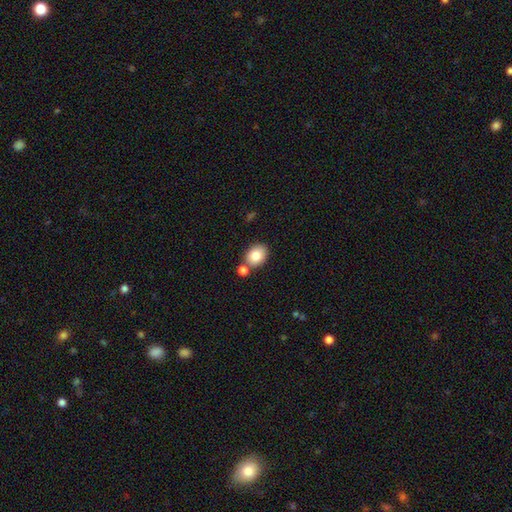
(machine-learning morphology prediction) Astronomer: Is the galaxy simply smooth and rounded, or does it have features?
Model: smooth — 82%.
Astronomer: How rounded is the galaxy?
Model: in between — 65%.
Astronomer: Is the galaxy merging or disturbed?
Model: none — 67%.